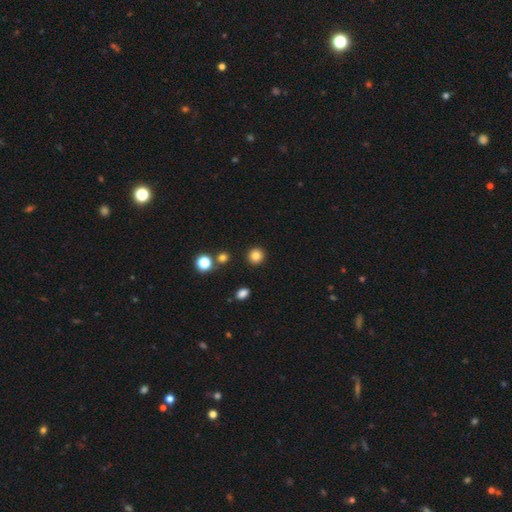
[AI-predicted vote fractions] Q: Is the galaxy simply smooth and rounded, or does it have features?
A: smooth — 84%.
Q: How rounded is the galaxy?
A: round — 92%.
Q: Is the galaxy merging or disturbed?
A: none — 91%.